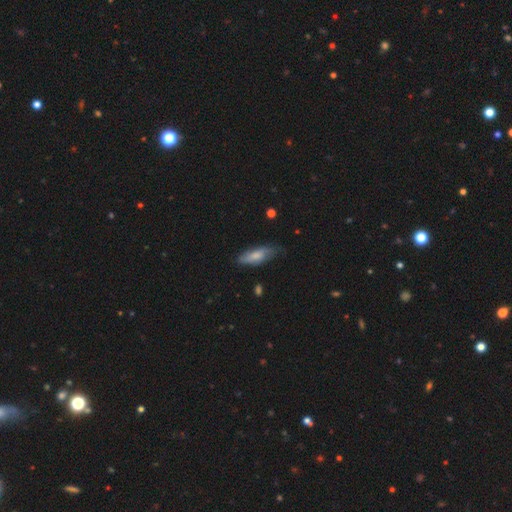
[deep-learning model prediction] The model was most divided on "how rounded": in between: 64%, cigar-shaped: 34%, round: 2%. More confident: smooth or featured — smooth (71%); merging — none (63%).